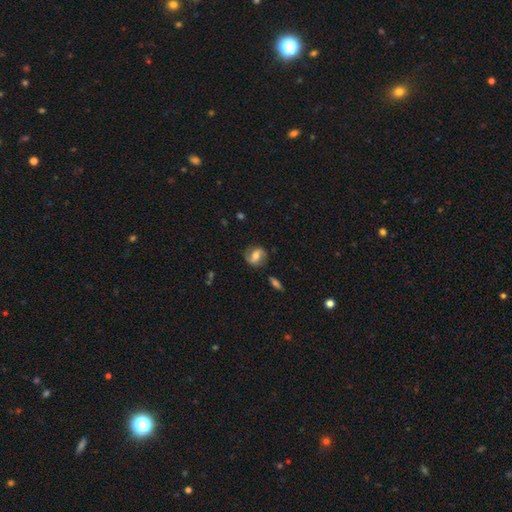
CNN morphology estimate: A featured or disk galaxy (55%) with a weak bar (42%), spiral arms (81%) and a moderate central bulge (69%).

Vote fractions:
- Smooth or featured? featured or disk: 55% / smooth: 38% / star or artifact: 8%
- Edge-on disk? no: 95% / yes: 5%
- Bar? weak: 42% / no: 34% / strong: 24%
- Spiral arms? yes: 81% / no: 19%
- Bulge size? moderate: 69% / small: 16% / large: 12% / none: 2% / dominant: 1%
- Merging? none: 78% / minor disturbance: 15% / major disturbance: 5% / merger: 2%